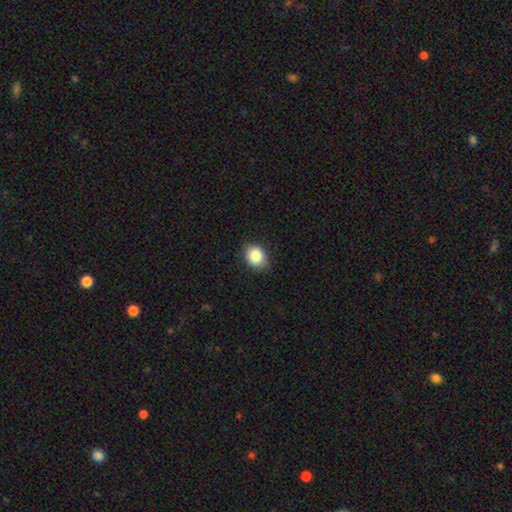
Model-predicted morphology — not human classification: smooth-or-featured: smooth: 86% | star or artifact: 9% | featured or disk: 5%
  how-rounded: round: 56% | in between: 43% | cigar-shaped: 1%
  merging: none: 86% | minor disturbance: 11% | major disturbance: 2% | merger: 1%